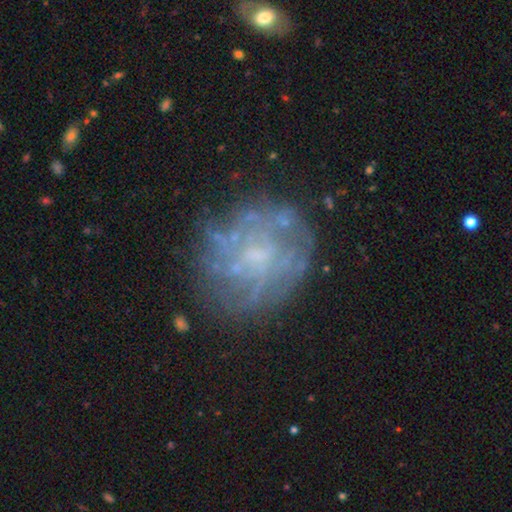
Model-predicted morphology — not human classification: Overall: featured or disk (68%). Edge-on disk: no (98%). Bar: no (74%). Spiral arms: no (52%; yes 48%). Bulge size: small (42%; none 32%). Merging: none (69%).